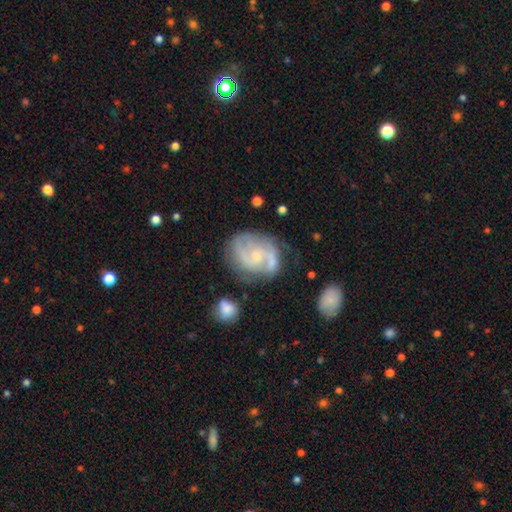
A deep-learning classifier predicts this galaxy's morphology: A featured or disk galaxy (77%) with no bar (60%), 2 (65%) medium (48%) spiral arms (89%) and a small central bulge (64%). Merging: none (55%).